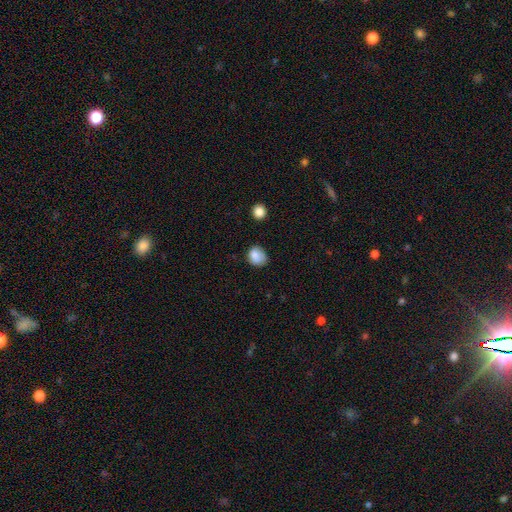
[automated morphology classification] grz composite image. It shows a smooth galaxy with no disk features (85%) that is round (62%). Merging: none (62%).